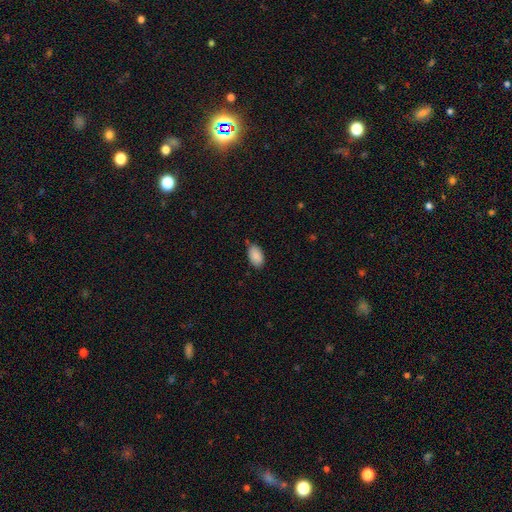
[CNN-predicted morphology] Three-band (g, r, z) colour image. It shows a smooth galaxy with no disk features (90%) that is in between round and cigar-shaped (94%). Merging: none (78%).